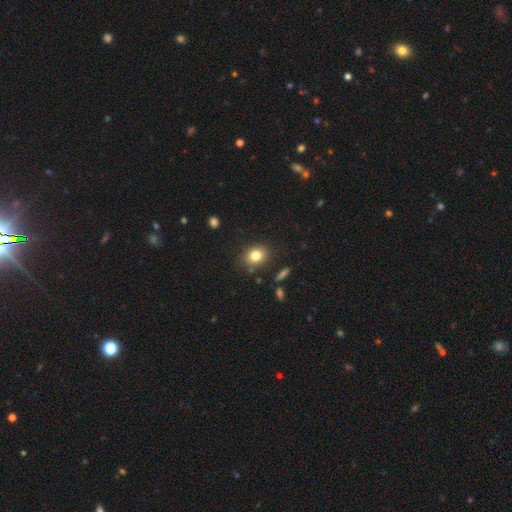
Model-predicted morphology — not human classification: A smooth galaxy with no disk features (81%) that is round (57%).

Vote fractions:
- Smooth or featured? smooth: 81% / star or artifact: 11% / featured or disk: 8%
- How rounded? round: 57% / in between: 42% / cigar-shaped: 1%
- Merging? none: 84% / minor disturbance: 10% / merger: 3% / major disturbance: 3%